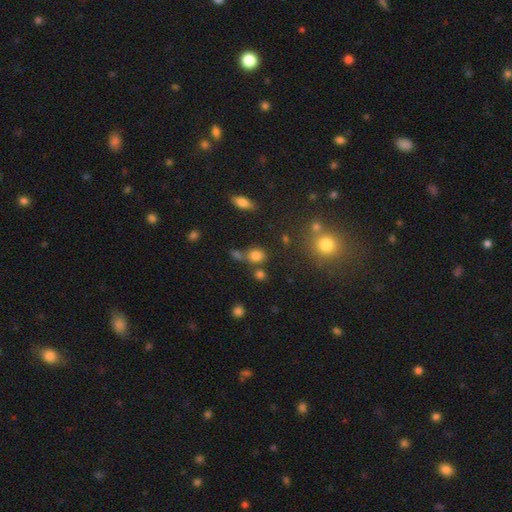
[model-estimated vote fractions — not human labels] A smooth galaxy with no disk features (77%) that is round (62%).

Vote fractions:
- Smooth or featured? smooth: 77% / star or artifact: 16% / featured or disk: 7%
- How rounded? round: 62% / in between: 36% / cigar-shaped: 2%
- Merging? none: 62% / merger: 20% / minor disturbance: 13% / major disturbance: 5%